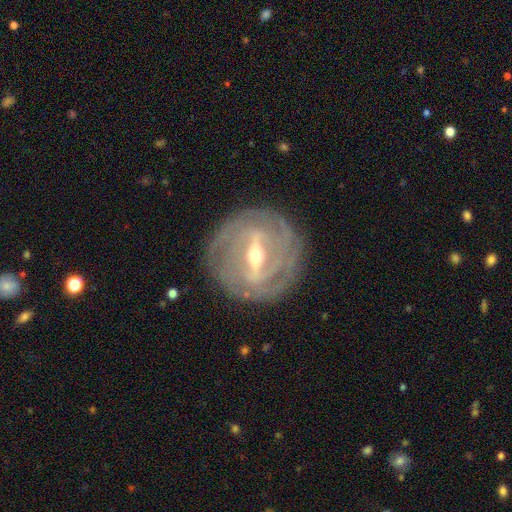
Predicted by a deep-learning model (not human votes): Smooth or featured?
  - featured or disk: 88% *
  - smooth: 7%
  - star or artifact: 5%
Edge-on disk?
  - no: 88% *
  - yes: 12%
Bar?
  - strong: 71% *
  - weak: 23%
  - no: 6%
Spiral arms?
  - yes: 88% *
  - no: 12%
Spiral winding?
  - tight: 77% *
  - medium: 18%
  - loose: 5%
Spiral arm count?
  - can't tell: 37% *
  - 2: 22%
  - 3: 17%
  - 4: 13%
  - more than 4: 6%
  - 1: 5%
Bulge size?
  - moderate: 51% *
  - small: 45%
  - large: 2%
  - none: 1%
  - dominant: 1%
Merging?
  - none: 84% *
  - minor disturbance: 11%
  - major disturbance: 4%
  - merger: 1%